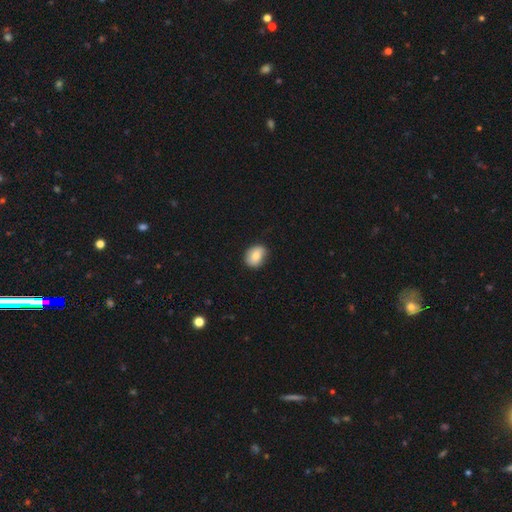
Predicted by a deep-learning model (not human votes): A smooth galaxy with no disk features (78%) that is in between round and cigar-shaped (61%). Merging: none (81%).